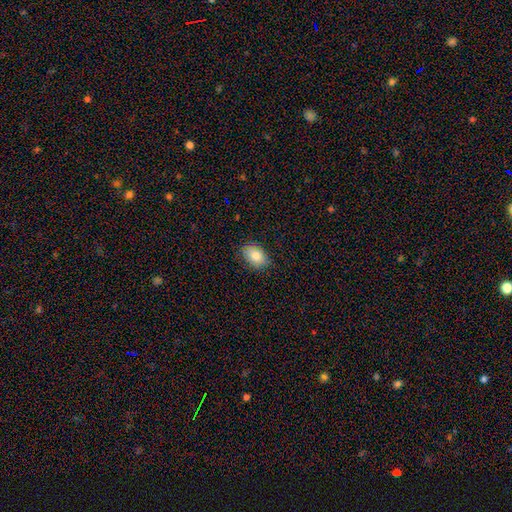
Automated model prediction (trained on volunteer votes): smooth_or_featured: smooth (p=0.83) [alt: featured or disk p=0.09]
how_rounded: in between (p=0.81) [alt: round p=0.18]
merging: none (p=0.83) [alt: minor disturbance p=0.14]